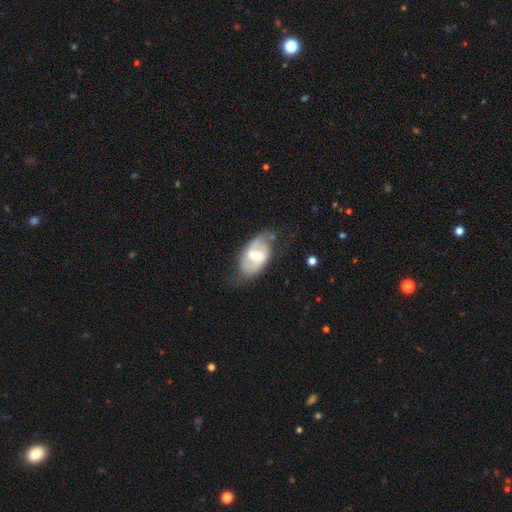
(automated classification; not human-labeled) This is likely a featured or disk galaxy (64%). It is clearly not viewed edge-on (93%). Bar: possibly weak (47%). Spiral arm pattern: likely yes (69%). Central bulge: possibly moderate (58%). Merging: possibly none (60%).